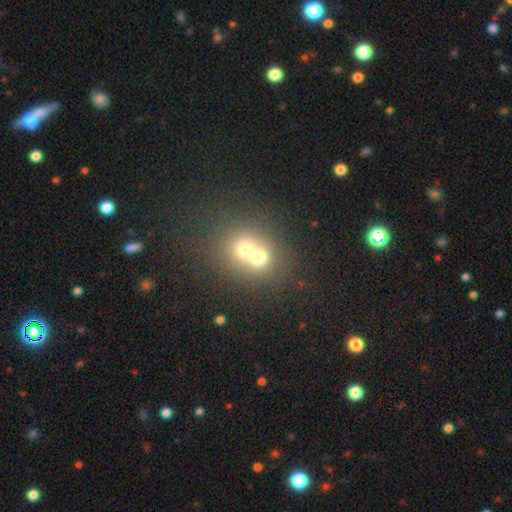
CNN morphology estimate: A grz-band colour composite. It shows a smooth galaxy with no disk features (58%) that is round (75%). Merging: merger (65%).